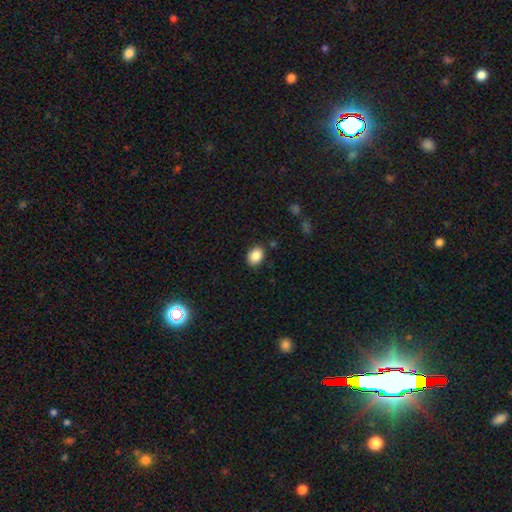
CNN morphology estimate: type=smooth (86%); roundness=in between (67%); merging=none (87%).